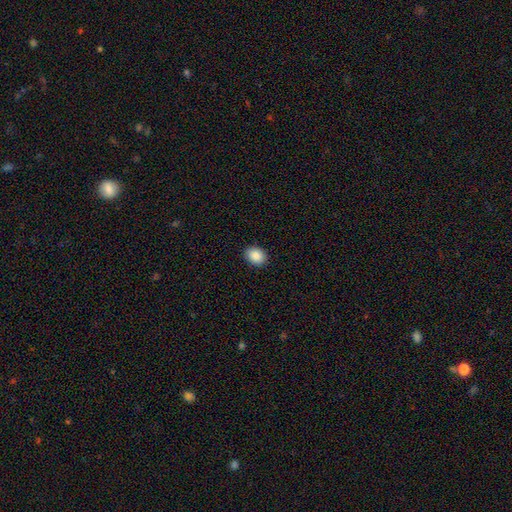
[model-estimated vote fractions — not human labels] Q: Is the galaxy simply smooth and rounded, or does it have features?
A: smooth — 89%.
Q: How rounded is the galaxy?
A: in between — 52%.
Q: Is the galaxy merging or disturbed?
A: none — 91%.